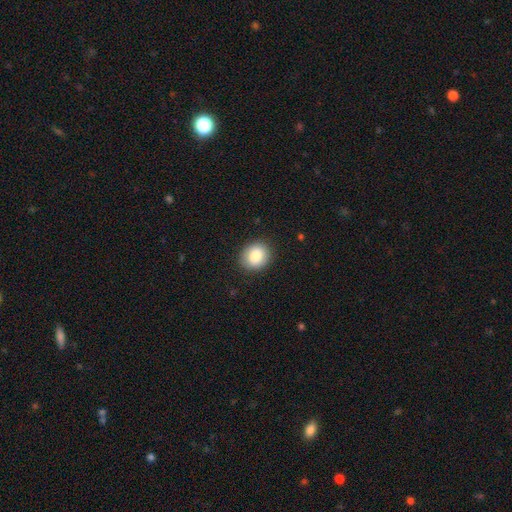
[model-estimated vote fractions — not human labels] A smooth galaxy with no disk features (86%) that is round (66%). Merging: none (88%).